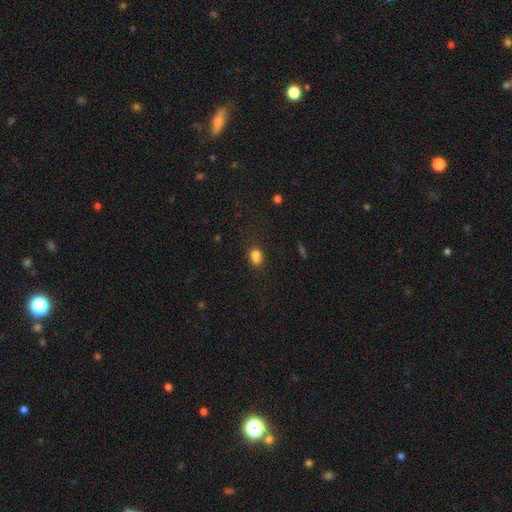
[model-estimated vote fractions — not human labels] Smooth or featured: smooth — 80% (star or artifact — 13%)
How rounded: in between — 69% (round — 29%)
Merging: none — 58% (minor disturbance — 21%)